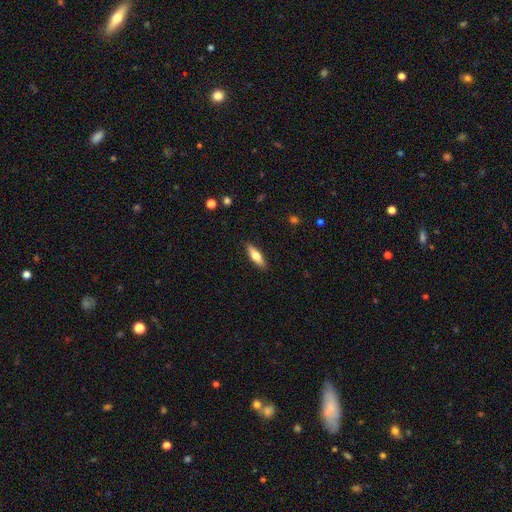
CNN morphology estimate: type=smooth (68%); roundness=cigar-shaped (53%); merging=none (89%).